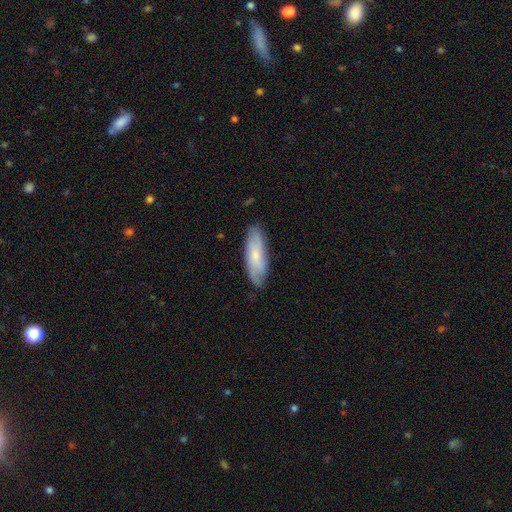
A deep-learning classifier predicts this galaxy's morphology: smooth_or_featured: smooth (p=0.57) [alt: featured or disk p=0.37]
how_rounded: in between (p=0.54) [alt: cigar-shaped p=0.44]
merging: none (p=0.78) [alt: minor disturbance p=0.17]